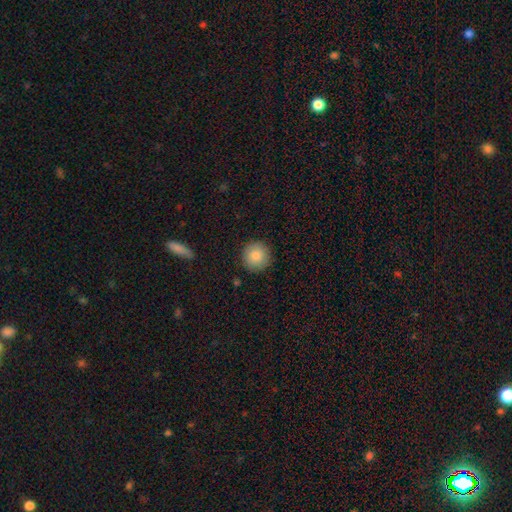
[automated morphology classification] A smooth galaxy with no disk features (85%) that is round (95%). Merging: none (91%).